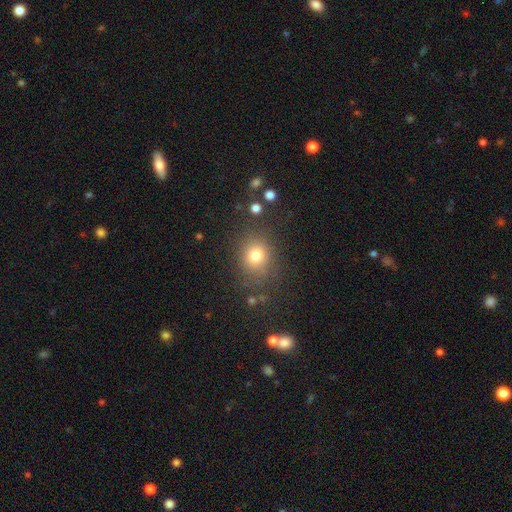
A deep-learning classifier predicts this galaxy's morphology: Smooth or featured? smooth (77%)
How rounded? round (71%)
Merging? none (79%)